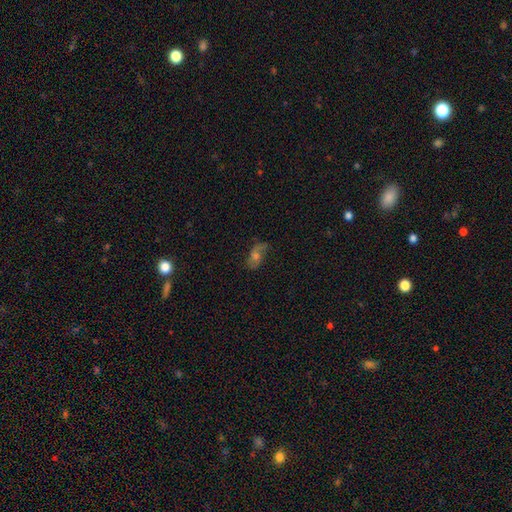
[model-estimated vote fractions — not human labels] Smooth or featured: featured or disk — 44% (smooth — 40%)
Merging: none — 64% (minor disturbance — 23%)